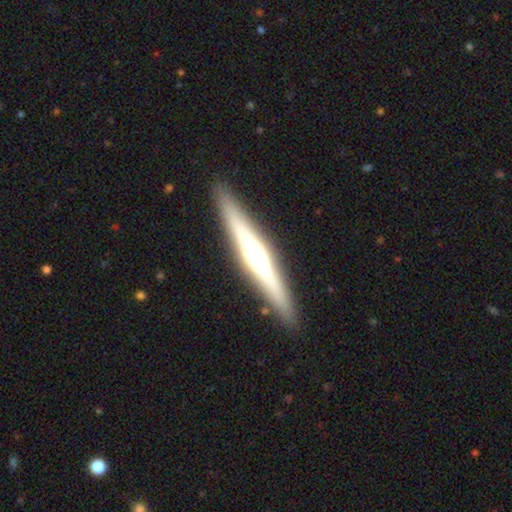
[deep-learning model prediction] Smooth or featured: featured or disk — 67% (smooth — 27%)
Edge-on disk: yes — 97% (no — 3%)
Edge-on bulge: rounded — 82% (none — 9%)
Merging: none — 91% (minor disturbance — 7%)